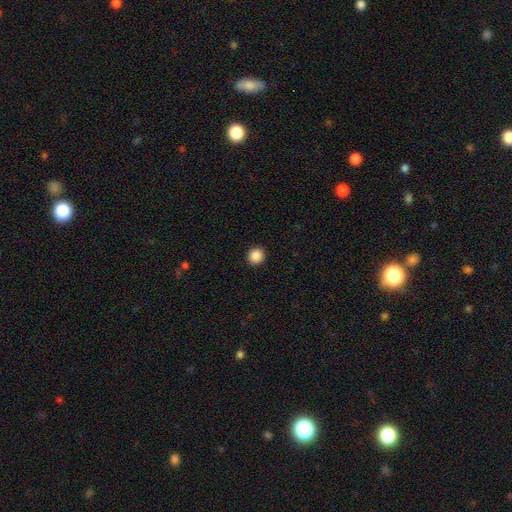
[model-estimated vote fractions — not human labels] A smooth galaxy with no disk features (88%) that is round (94%). Merging: none (93%).